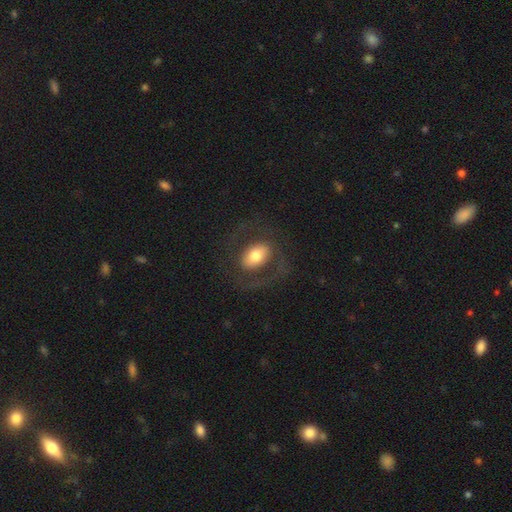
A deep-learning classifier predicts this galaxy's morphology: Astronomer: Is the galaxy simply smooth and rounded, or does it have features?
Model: featured or disk — 47% (runner-up: smooth, 46%).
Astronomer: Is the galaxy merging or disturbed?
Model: none — 70%.